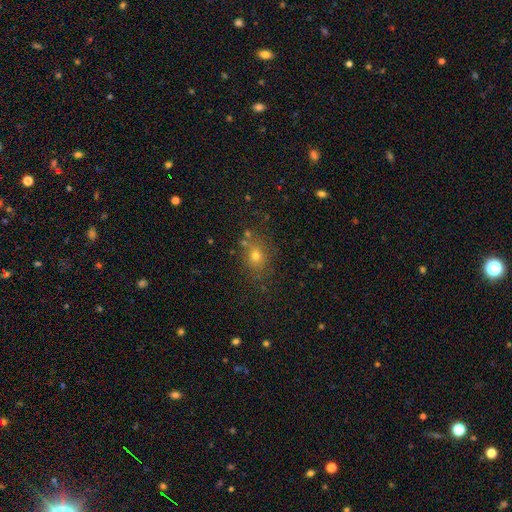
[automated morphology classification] This appears to be a smooth galaxy with no disk features (67%) that is round (66%). Merging: none (76%).